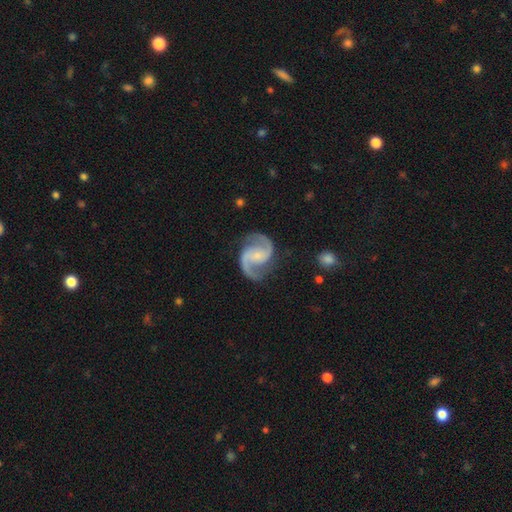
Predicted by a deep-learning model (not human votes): Smooth or featured?
  - featured or disk: 93% *
  - star or artifact: 4%
  - smooth: 3%
Edge-on disk?
  - no: 98% *
  - yes: 2%
Bar?
  - no: 48% *
  - weak: 39%
  - strong: 13%
Spiral arms?
  - yes: 98% *
  - no: 2%
Spiral winding?
  - medium: 61% *
  - loose: 24%
  - tight: 15%
Spiral arm count?
  - 2: 94% *
  - can't tell: 1%
  - 1: 1%
  - 3: 1%
  - 4: 1%
  - more than 4: 1%
Bulge size?
  - small: 65% *
  - moderate: 24%
  - none: 8%
  - large: 2%
  - dominant: 1%
Merging?
  - none: 81% *
  - minor disturbance: 13%
  - major disturbance: 5%
  - merger: 2%